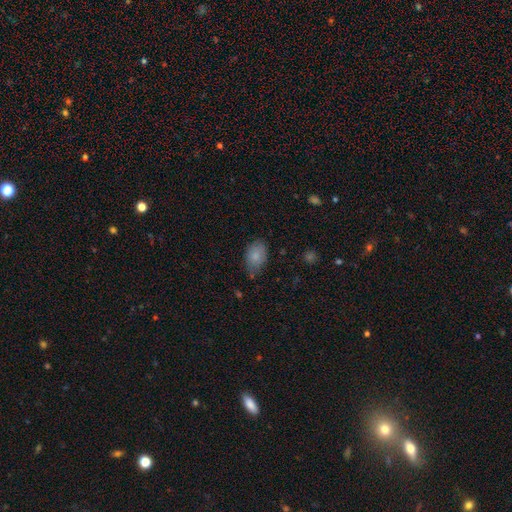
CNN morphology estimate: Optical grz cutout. It shows a smooth galaxy with no disk features (83%) that is in between round and cigar-shaped (87%). Merging: none (70%).